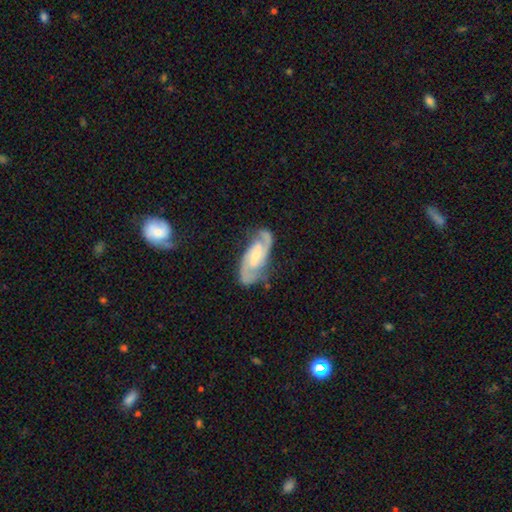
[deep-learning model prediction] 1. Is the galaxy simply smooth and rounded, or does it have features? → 88% featured or disk, 7% smooth, 5% star or artifact.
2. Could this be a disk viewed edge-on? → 96% no, 4% yes.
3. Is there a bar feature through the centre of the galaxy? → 45% weak, 36% no, 19% strong.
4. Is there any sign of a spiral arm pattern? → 98% yes, 2% no.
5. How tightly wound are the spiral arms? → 51% medium, 36% tight, 13% loose.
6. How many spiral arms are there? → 90% 2, 4% can't tell, 3% 3, 1% 1, 1% 4, 1% more than 4.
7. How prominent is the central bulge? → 54% small, 29% moderate, 13% none, 3% large, 1% dominant.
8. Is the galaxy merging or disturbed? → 74% none, 17% minor disturbance, 6% major disturbance, 3% merger.